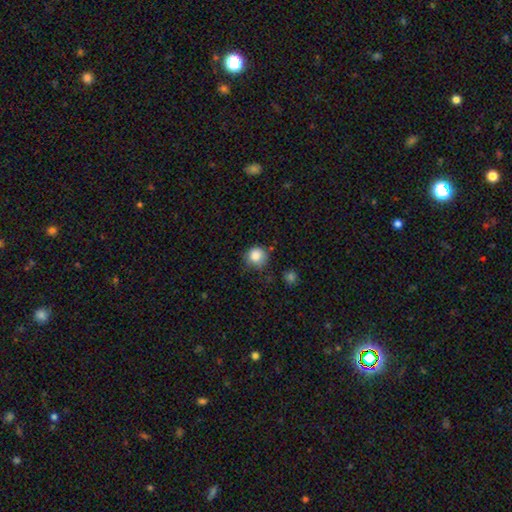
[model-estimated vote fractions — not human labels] A smooth galaxy with no disk features (85%) that is round (89%).

Vote fractions:
- Smooth or featured? smooth: 85% / star or artifact: 10% / featured or disk: 5%
- How rounded? round: 89% / in between: 10% / cigar-shaped: 1%
- Merging? none: 67% / minor disturbance: 24% / major disturbance: 6% / merger: 4%